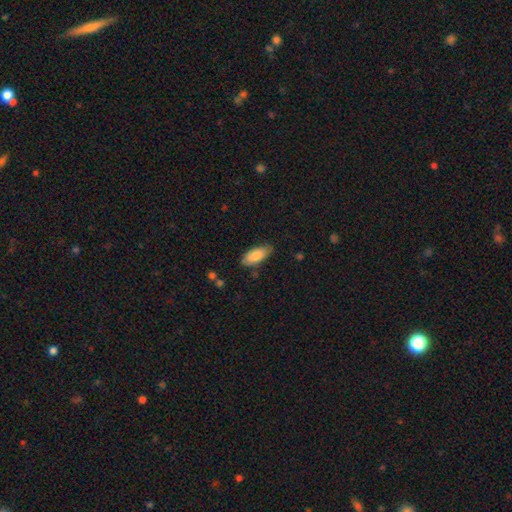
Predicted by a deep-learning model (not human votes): Q: Smooth or featured?
A: smooth (84%); runner-up: featured or disk (11%)
Q: How rounded?
A: in between (85%); runner-up: cigar-shaped (13%)
Q: Merging?
A: none (80%); runner-up: minor disturbance (16%)